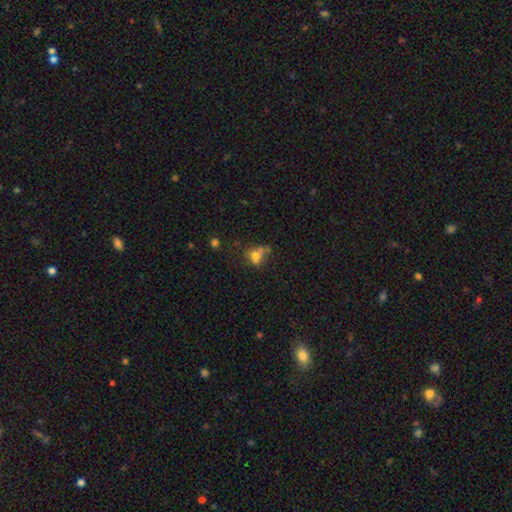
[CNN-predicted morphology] smooth-or-featured: smooth: 65% | featured or disk: 19% | star or artifact: 16%
  how-rounded: round: 58% | in between: 40% | cigar-shaped: 2%
  merging: none: 37% | merger: 36% | minor disturbance: 16% | major disturbance: 11%